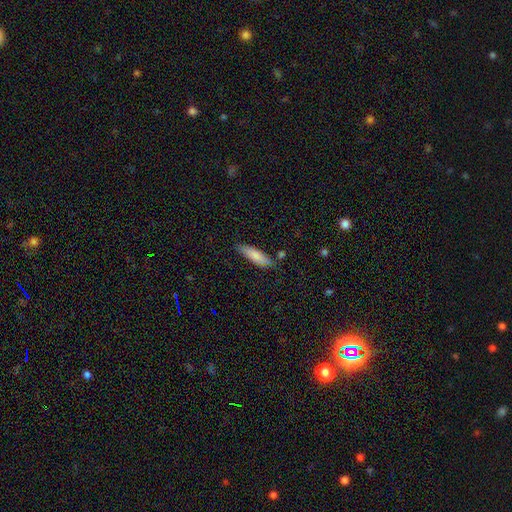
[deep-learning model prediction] smooth 82%, featured or disk 12%, star or artifact 6%. Down the decision tree: how rounded — cigar-shaped (59%); merging — none (78%).